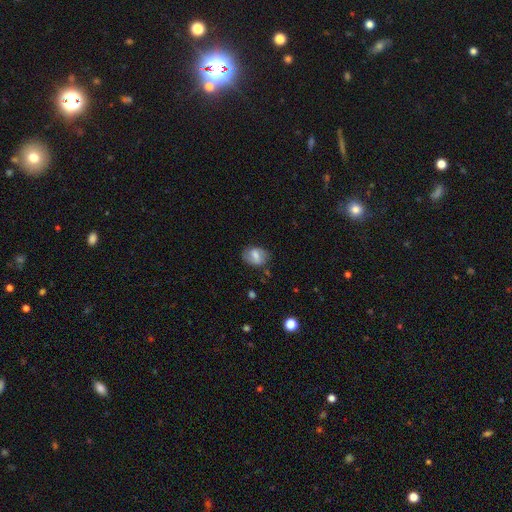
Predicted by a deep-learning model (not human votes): smooth-or-featured: smooth: 56% | featured or disk: 36% | star or artifact: 8%
  how-rounded: in between: 72% | round: 26% | cigar-shaped: 2%
  merging: none: 74% | minor disturbance: 18% | major disturbance: 5% | merger: 2%